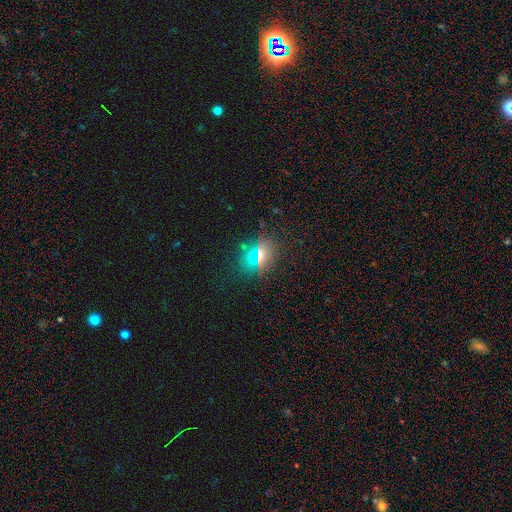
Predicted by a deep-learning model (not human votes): Smooth or featured? smooth (60%)
How rounded? in between (48%)
Merging? none (83%)